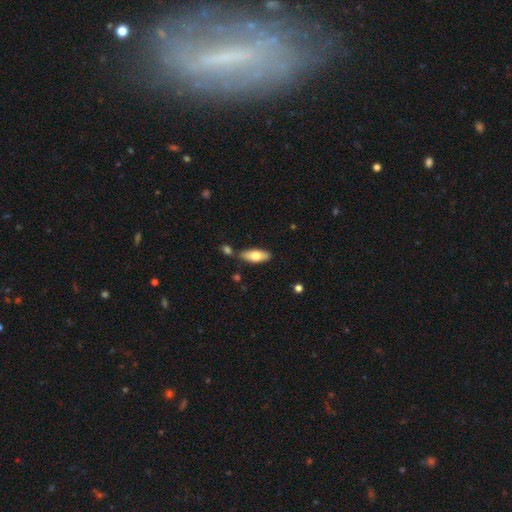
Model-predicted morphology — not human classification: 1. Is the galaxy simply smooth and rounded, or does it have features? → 69% smooth, 25% featured or disk, 6% star or artifact.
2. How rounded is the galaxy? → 77% in between, 21% cigar-shaped, 2% round.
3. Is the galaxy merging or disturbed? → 76% none, 13% minor disturbance, 9% merger, 3% major disturbance.